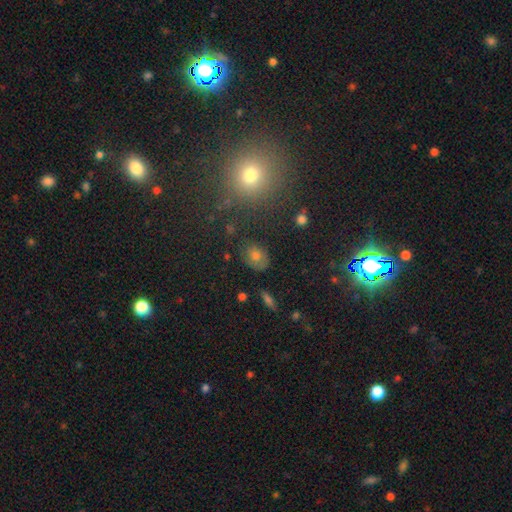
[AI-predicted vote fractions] The model was most divided on "how rounded": in between: 57%, round: 41%, cigar-shaped: 2%. More confident: merging — none (77%); smooth or featured — smooth (65%).